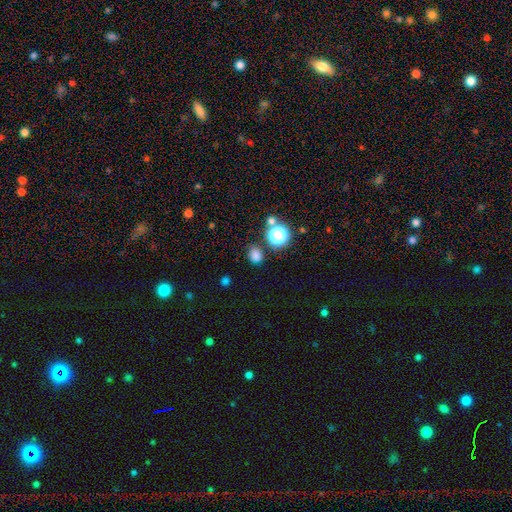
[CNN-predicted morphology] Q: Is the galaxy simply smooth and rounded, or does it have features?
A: smooth — 73%.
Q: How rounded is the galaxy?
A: round — 66%.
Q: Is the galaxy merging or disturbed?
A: none — 77%.